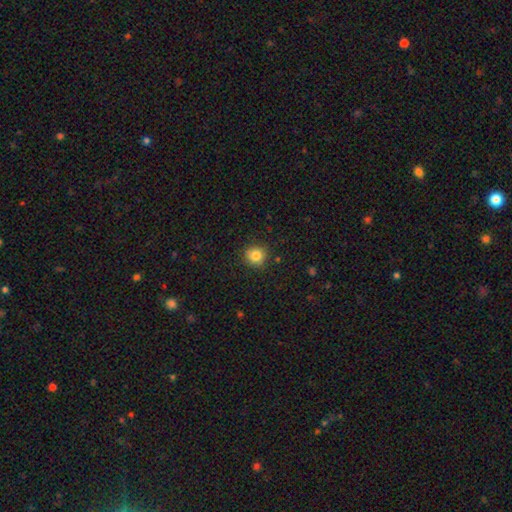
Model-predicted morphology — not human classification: smooth_or_featured: smooth (p=0.83) [alt: star or artifact p=0.11]
how_rounded: round (p=0.91) [alt: in between p=0.08]
merging: none (p=0.88) [alt: minor disturbance p=0.08]